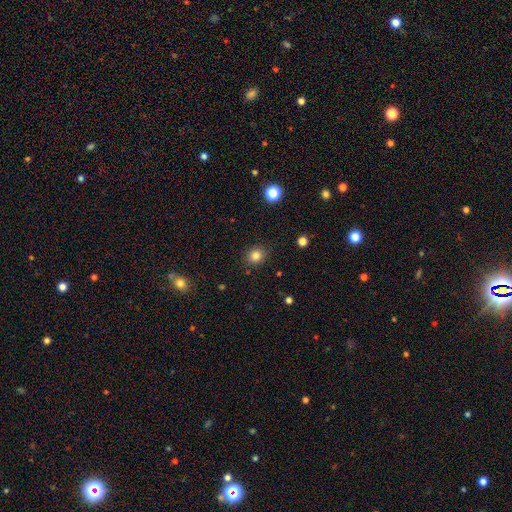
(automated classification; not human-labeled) Smooth or featured? Predicted: smooth (p=0.82). How rounded? Predicted: round (p=0.74). Merging? Predicted: none (p=0.88).